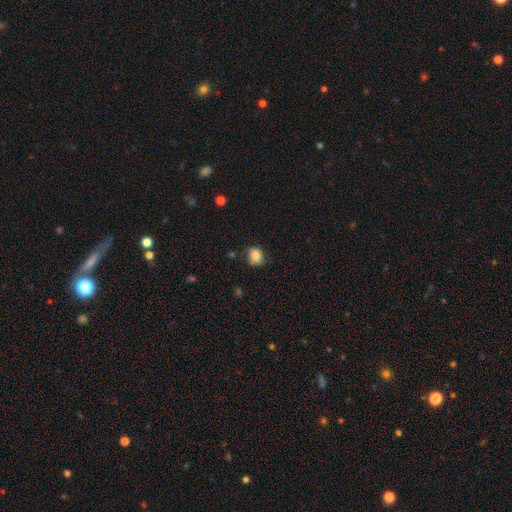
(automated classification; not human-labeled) Smooth or featured? Predicted: smooth (p=0.82). How rounded? Predicted: round (p=0.59). Merging? Predicted: none (p=0.66).